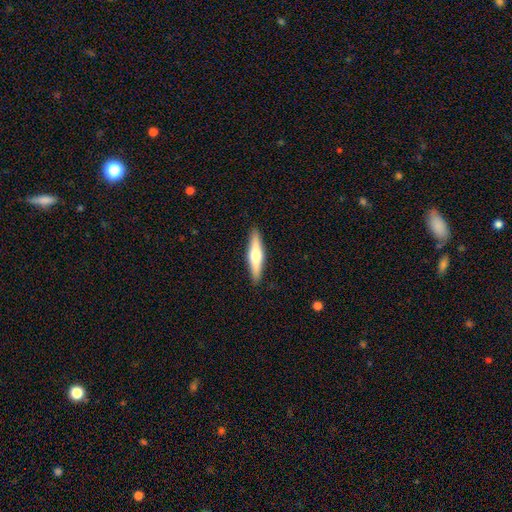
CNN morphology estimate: This is possibly a smooth galaxy (49%). Merging: clearly none (90%).